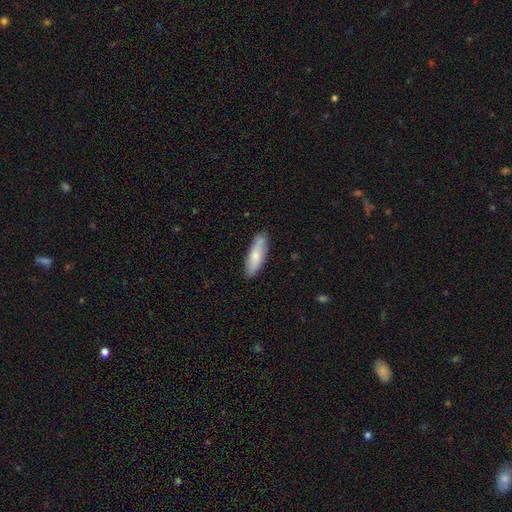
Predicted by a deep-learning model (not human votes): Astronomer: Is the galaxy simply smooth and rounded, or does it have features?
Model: smooth — 75%.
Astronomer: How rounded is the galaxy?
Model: cigar-shaped — 49%, tied with in between at 49%.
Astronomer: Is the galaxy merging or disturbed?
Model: none — 80%.